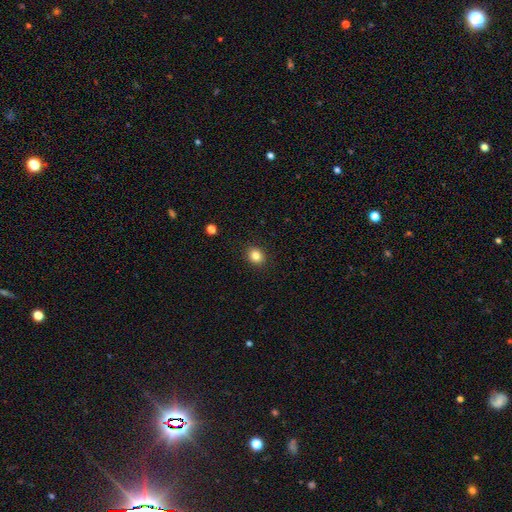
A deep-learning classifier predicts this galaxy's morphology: Overall: smooth (84%). How rounded: round (65%; in between 34%). Merging: none (91%).